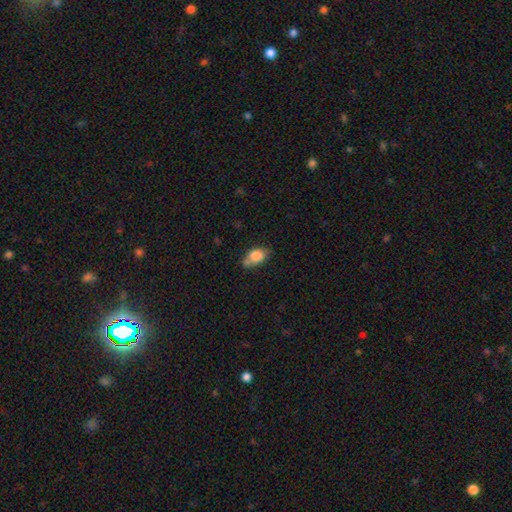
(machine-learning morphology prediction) This is clearly a smooth galaxy (82%). How rounded: clearly in between (81%). Merging: possibly none (50%).